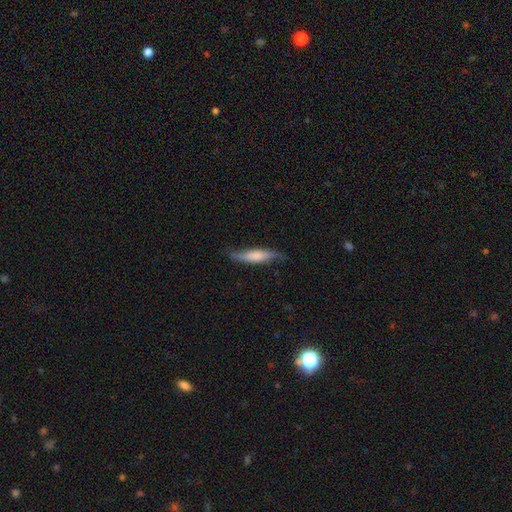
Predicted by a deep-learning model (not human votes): smooth_or_featured: smooth (p=0.55) [alt: featured or disk p=0.40]
how_rounded: cigar-shaped (p=0.78) [alt: in between p=0.20]
merging: none (p=0.70) [alt: minor disturbance p=0.24]